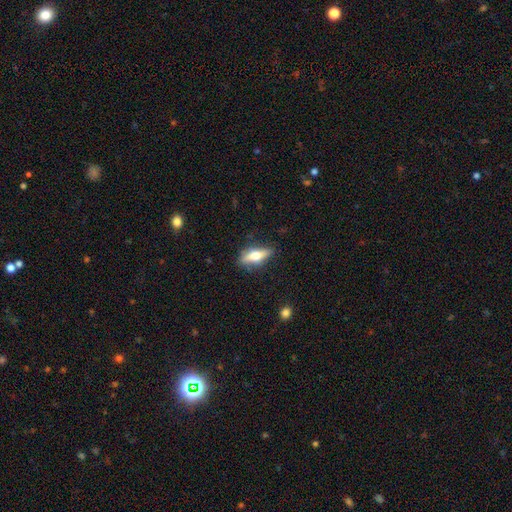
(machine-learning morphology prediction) smooth 53%, featured or disk 40%, star or artifact 7%. Down the decision tree: how rounded — in between (54%); merging — none (80%).